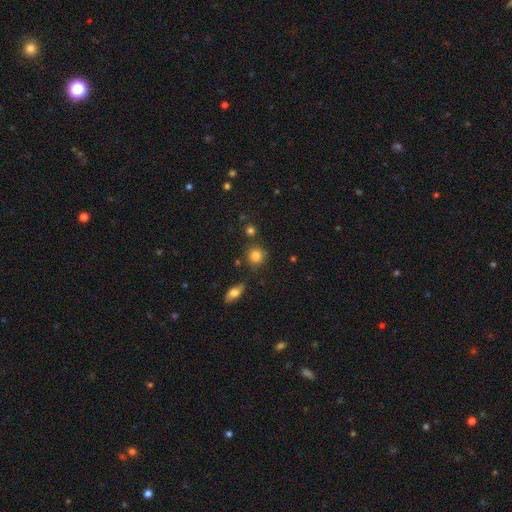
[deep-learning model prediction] The model was most divided on "merging": none: 79%, minor disturbance: 11%, merger: 7%, major disturbance: 3%. More confident: how rounded — round (87%); smooth or featured — smooth (82%).